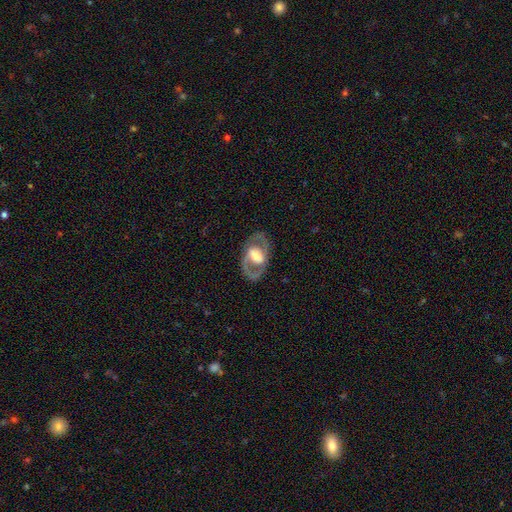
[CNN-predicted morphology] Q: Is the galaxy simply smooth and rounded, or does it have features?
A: featured or disk — 76%.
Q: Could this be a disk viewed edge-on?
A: no — 94%.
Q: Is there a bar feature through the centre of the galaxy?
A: weak — 39%.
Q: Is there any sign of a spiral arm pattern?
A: yes — 71%.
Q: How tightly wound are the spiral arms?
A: medium — 53%.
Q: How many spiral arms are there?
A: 2 — 84%.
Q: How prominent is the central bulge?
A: moderate — 41%.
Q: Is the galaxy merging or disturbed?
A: none — 78%.